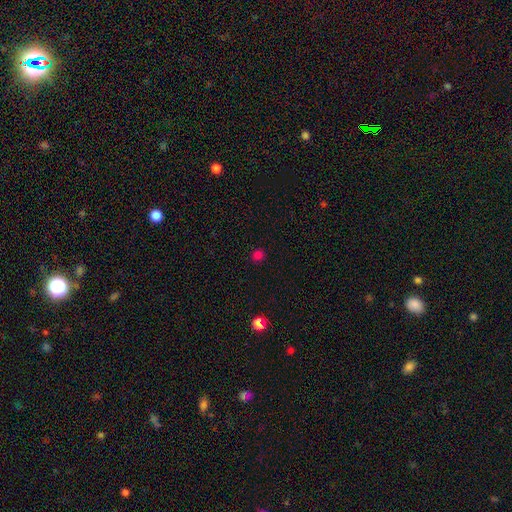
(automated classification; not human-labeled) Smooth or featured? Predicted: smooth (p=0.76). How rounded? Predicted: round (p=0.89). Merging? Predicted: none (p=0.90).